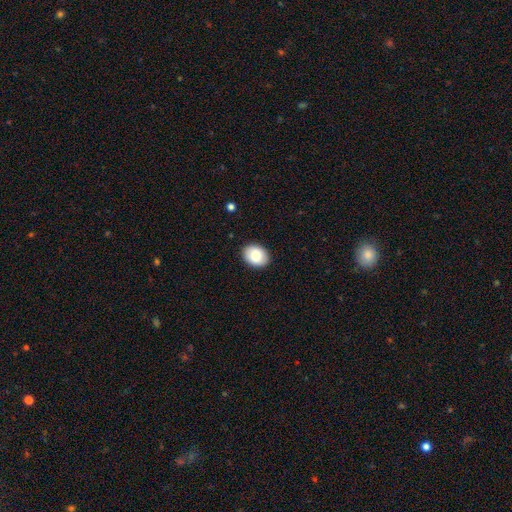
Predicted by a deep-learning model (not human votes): A smooth galaxy with no disk features (86%) that is in between round and cigar-shaped (67%). Merging: none (89%).